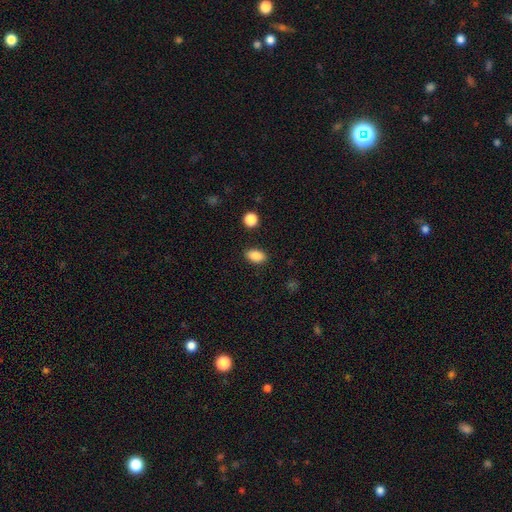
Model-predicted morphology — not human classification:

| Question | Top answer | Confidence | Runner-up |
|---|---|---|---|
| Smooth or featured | smooth | 87% | star or artifact (9%) |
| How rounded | in between | 89% | round (9%) |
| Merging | none | 87% | minor disturbance (9%) |